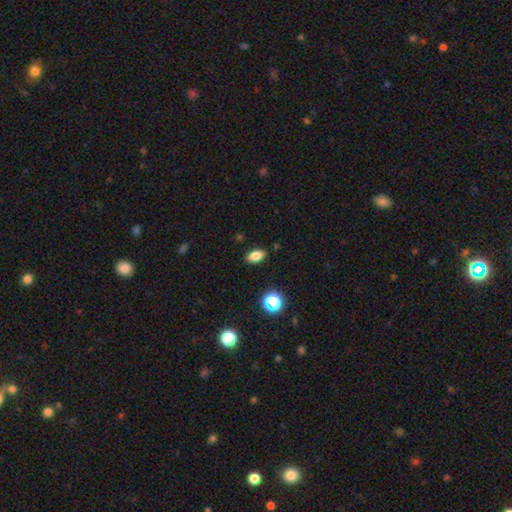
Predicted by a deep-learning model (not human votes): smooth_or_featured: smooth (p=0.81) [alt: star or artifact p=0.12]
how_rounded: in between (p=0.87) [alt: round p=0.08]
merging: none (p=0.88) [alt: minor disturbance p=0.09]